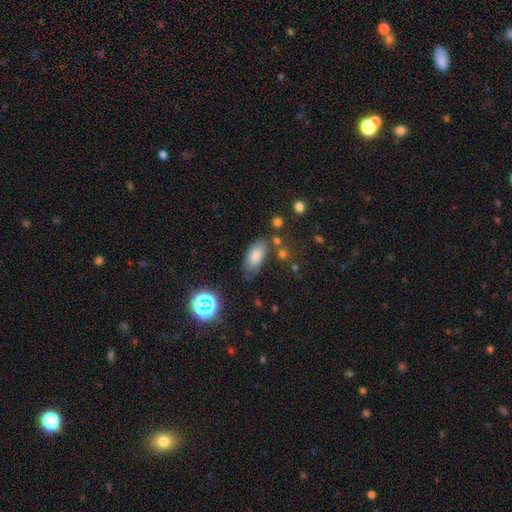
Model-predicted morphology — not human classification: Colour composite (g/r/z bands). It shows a smooth galaxy with no disk features (79%) that is in between round and cigar-shaped (90%). Merging: none (68%).